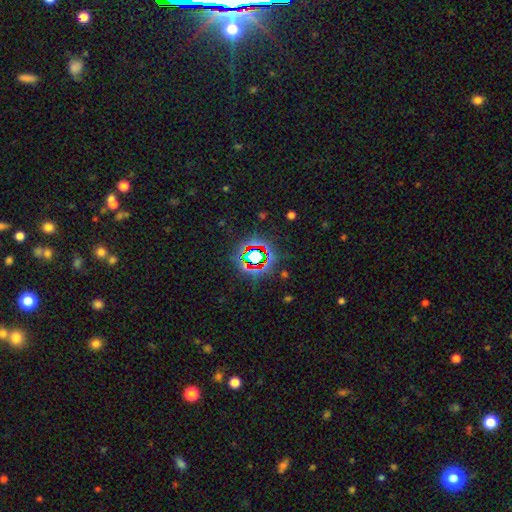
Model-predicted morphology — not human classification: Smooth or featured: star or artifact — 71% (smooth — 18%)